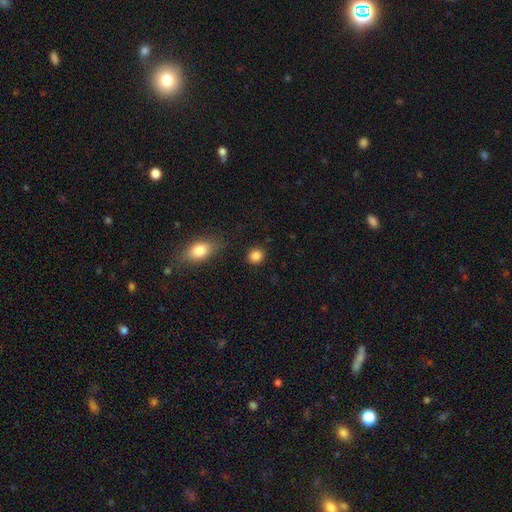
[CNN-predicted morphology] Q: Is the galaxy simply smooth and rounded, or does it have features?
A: smooth — 86%.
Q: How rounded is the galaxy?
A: round — 83%.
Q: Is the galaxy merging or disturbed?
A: none — 88%.